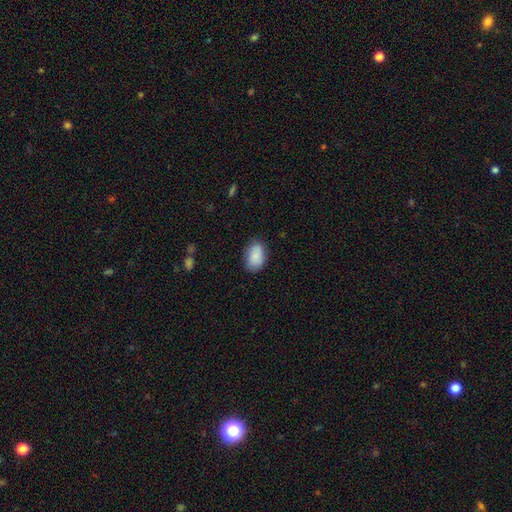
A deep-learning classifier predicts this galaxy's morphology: The model was most divided on "merging": none: 80%, minor disturbance: 16%, major disturbance: 3%, merger: 1%. More confident: how rounded — in between (90%); smooth or featured — smooth (88%).